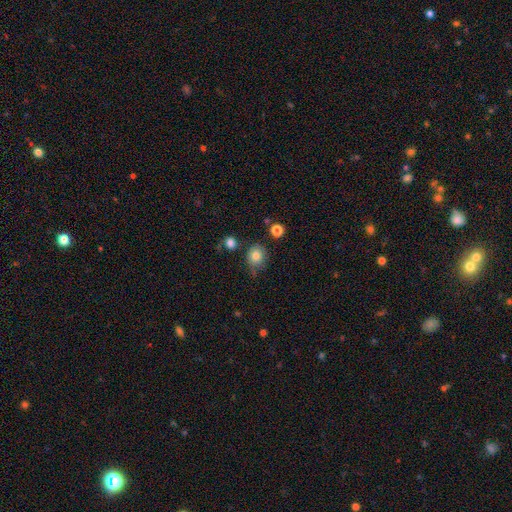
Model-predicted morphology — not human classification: smooth 81%, star or artifact 11%, featured or disk 8%. Down the decision tree: how rounded — round (77%); merging — none (71%).